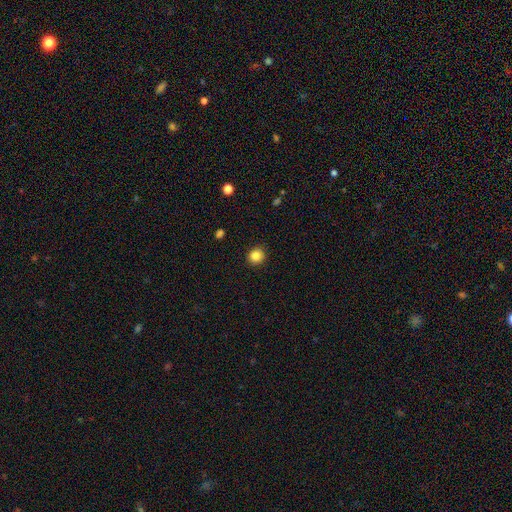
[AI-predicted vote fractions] This appears to be a smooth galaxy with no disk features (85%) that is round (89%). Merging: none (91%).